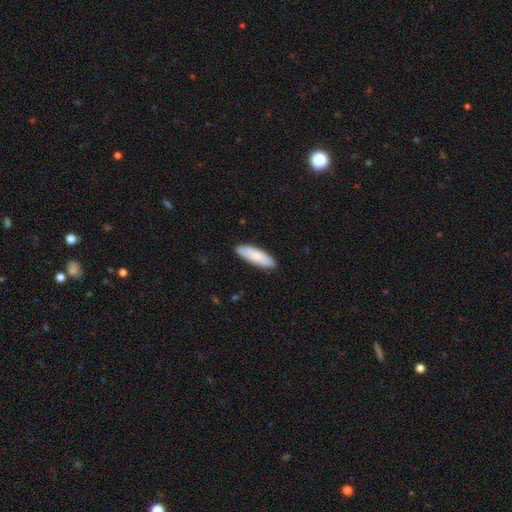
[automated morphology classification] smooth-or-featured: smooth: 78% | featured or disk: 17% | star or artifact: 5%
  how-rounded: in between: 53% | cigar-shaped: 46% | round: 2%
  merging: none: 87% | minor disturbance: 10% | major disturbance: 2% | merger: 1%